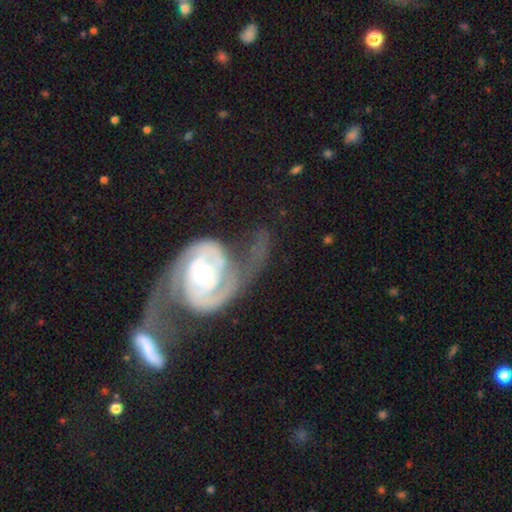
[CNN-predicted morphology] Smooth or featured? featured or disk (91%)
Edge-on disk? no (97%)
Bar? no (49%)
Spiral arms? yes (97%)
Spiral winding? medium (44%)
Spiral arm count? 2 (88%)
Bulge size? moderate (56%)
Merging? none (36%)